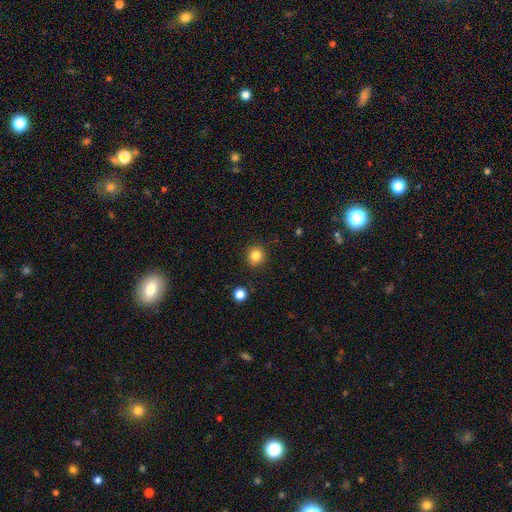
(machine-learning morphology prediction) Smooth or featured?
  - smooth: 83% *
  - star or artifact: 11%
  - featured or disk: 6%
How rounded?
  - round: 90% *
  - in between: 9%
  - cigar-shaped: 1%
Merging?
  - none: 90% *
  - minor disturbance: 7%
  - major disturbance: 2%
  - merger: 2%